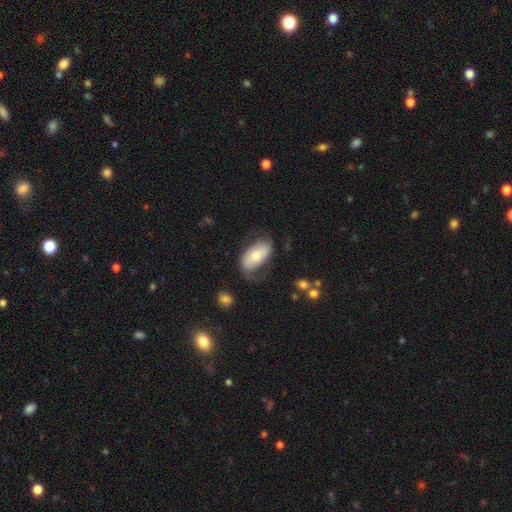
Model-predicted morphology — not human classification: smooth_or_featured: smooth (p=0.47) [tied with: featured or disk p=0.47]
merging: none (p=0.53) [alt: minor disturbance p=0.24]